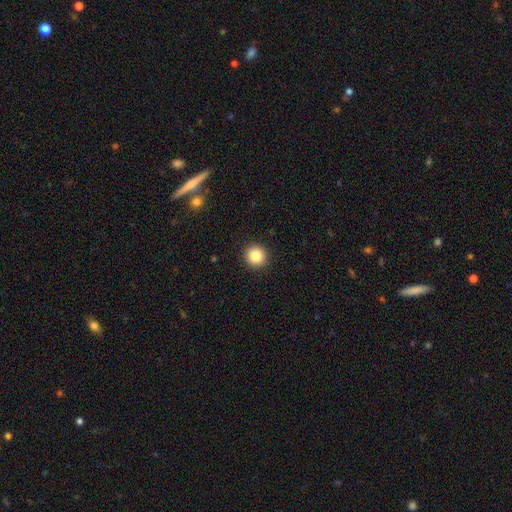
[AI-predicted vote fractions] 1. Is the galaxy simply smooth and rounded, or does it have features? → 85% smooth, 10% star or artifact, 5% featured or disk.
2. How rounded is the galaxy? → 94% round, 5% in between, 1% cigar-shaped.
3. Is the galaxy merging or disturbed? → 93% none, 5% minor disturbance, 2% major disturbance, 1% merger.